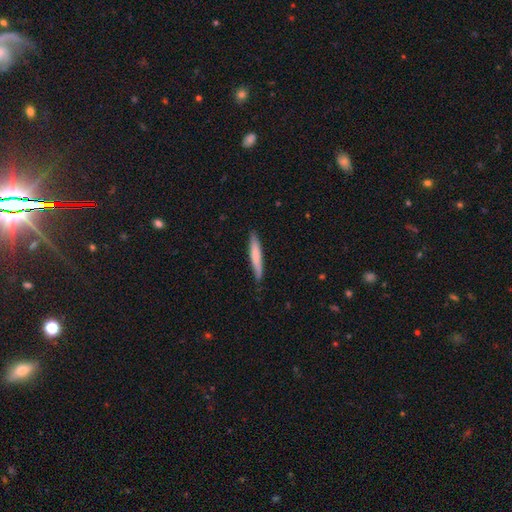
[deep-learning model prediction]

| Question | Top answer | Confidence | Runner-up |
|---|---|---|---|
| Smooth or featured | smooth | 71% | featured or disk (24%) |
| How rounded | cigar-shaped | 92% | in between (6%) |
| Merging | none | 83% | minor disturbance (14%) |